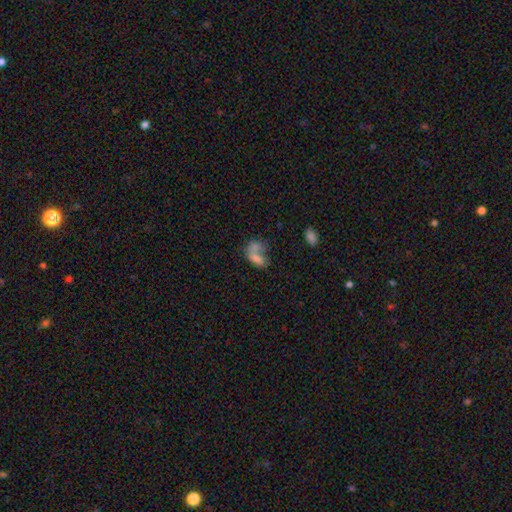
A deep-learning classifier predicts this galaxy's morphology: Smooth or featured? smooth (65%)
How rounded? in between (84%)
Merging? merger (44%)